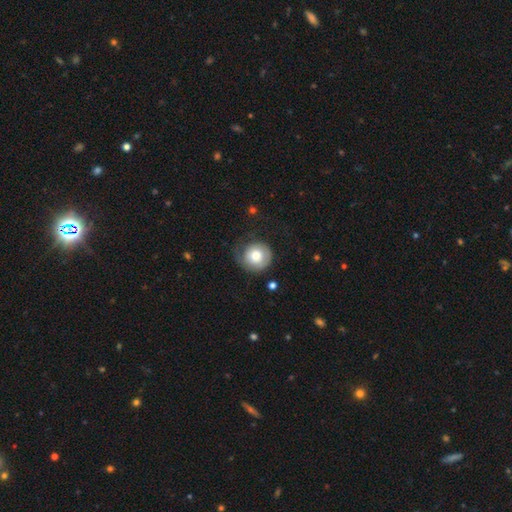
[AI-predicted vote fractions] Morphology: type=smooth (65%); roundness=round (90%); merging=none (54%).